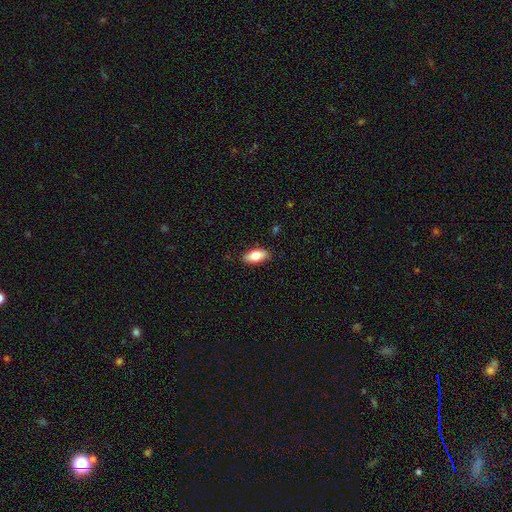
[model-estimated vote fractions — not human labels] Morphology: type=smooth (77%); roundness=in between (86%); merging=none (86%).